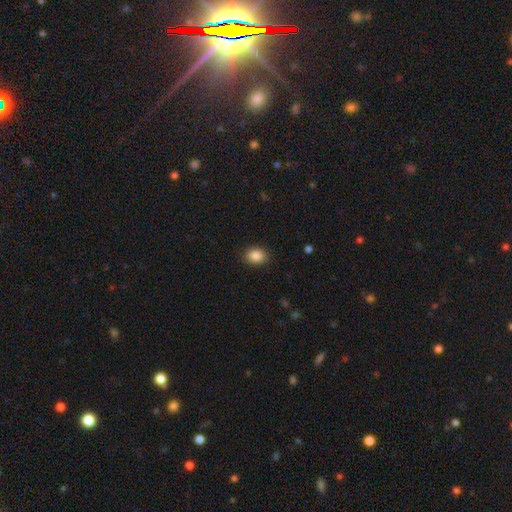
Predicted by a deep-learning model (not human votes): A smooth galaxy with no disk features (87%) that is in between round and cigar-shaped (61%).

Vote fractions:
- Smooth or featured? smooth: 87% / star or artifact: 9% / featured or disk: 5%
- How rounded? in between: 61% / round: 38% / cigar-shaped: 1%
- Merging? none: 89% / minor disturbance: 8% / major disturbance: 2% / merger: 1%